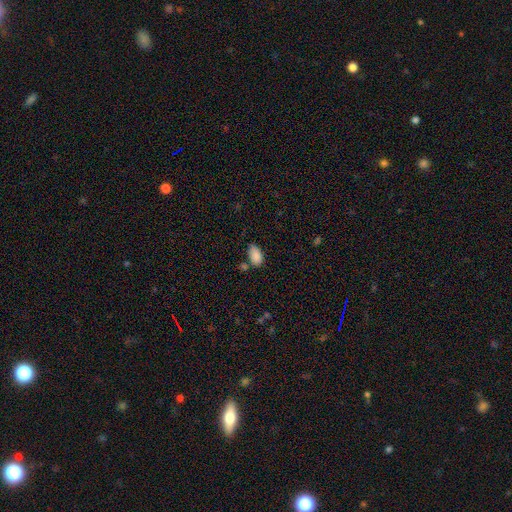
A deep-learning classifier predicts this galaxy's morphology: smooth_or_featured: smooth (p=0.87) [alt: star or artifact p=0.08]
how_rounded: in between (p=0.93) [alt: round p=0.04]
merging: none (p=0.60) [alt: minor disturbance p=0.22]